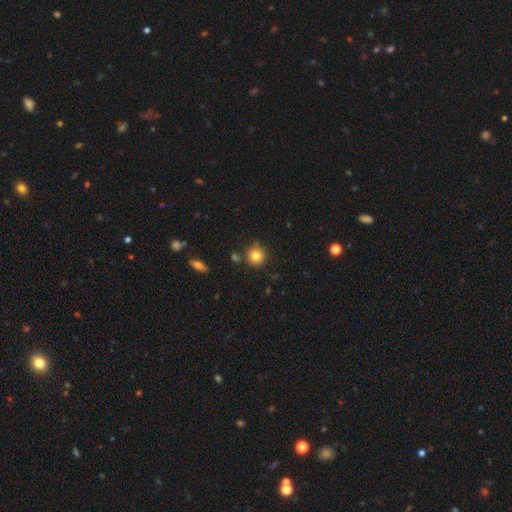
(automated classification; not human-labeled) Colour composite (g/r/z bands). It shows a smooth galaxy with no disk features (81%) that is round (92%). Merging: none (81%).